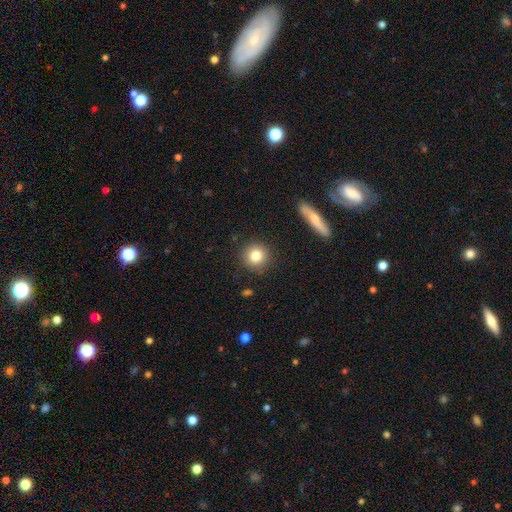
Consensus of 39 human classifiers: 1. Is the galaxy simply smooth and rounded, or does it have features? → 79% smooth, 13% featured or disk, 8% star or artifact.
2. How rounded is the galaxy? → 94% round, 6% in between, 0% cigar-shaped.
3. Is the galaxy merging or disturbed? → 89% none, 8% minor disturbance, 3% merger, 0% major disturbance.